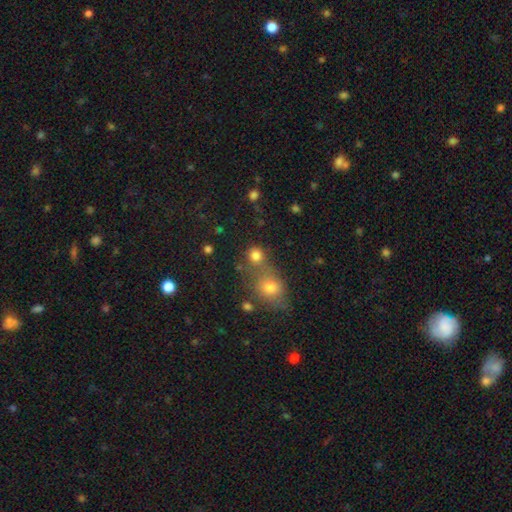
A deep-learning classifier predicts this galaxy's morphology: Smooth or featured: smooth — 80% (star or artifact — 14%)
How rounded: round — 84% (in between — 15%)
Merging: none — 53% (merger — 34%)